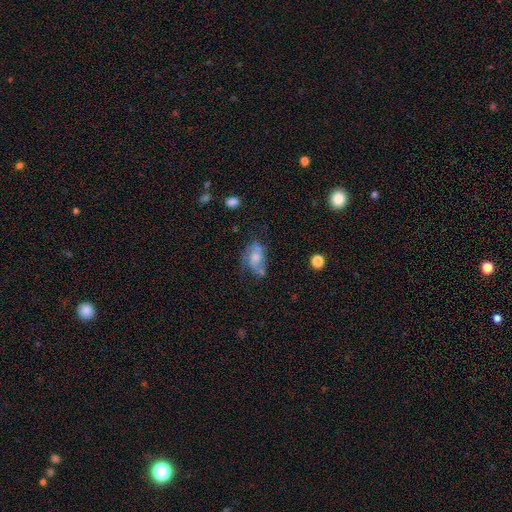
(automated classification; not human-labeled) This is possibly a featured or disk galaxy (46%). Merging: possibly none (47%).